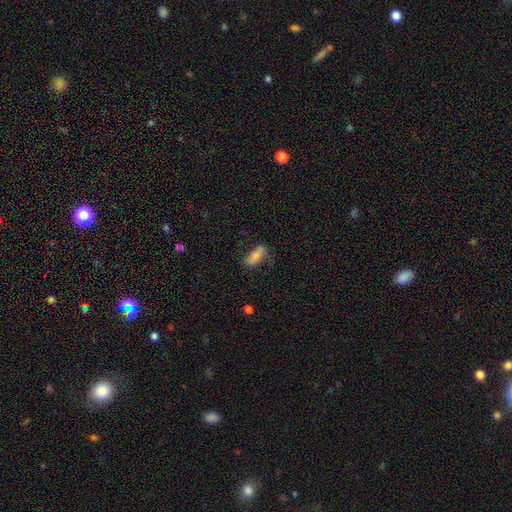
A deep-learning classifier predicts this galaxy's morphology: smooth 77%, featured or disk 16%, star or artifact 7%. Down the decision tree: how rounded — in between (72%); merging — none (69%).